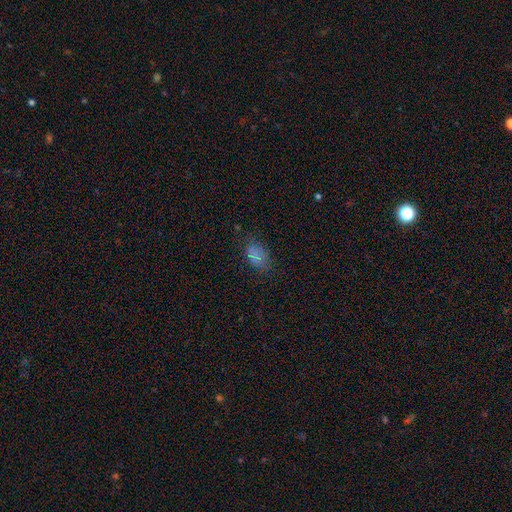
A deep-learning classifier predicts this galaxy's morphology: smooth_or_featured: smooth (p=0.75) [alt: star or artifact p=0.16]
how_rounded: in between (p=0.88) [alt: round p=0.10]
merging: none (p=0.70) [alt: minor disturbance p=0.20]